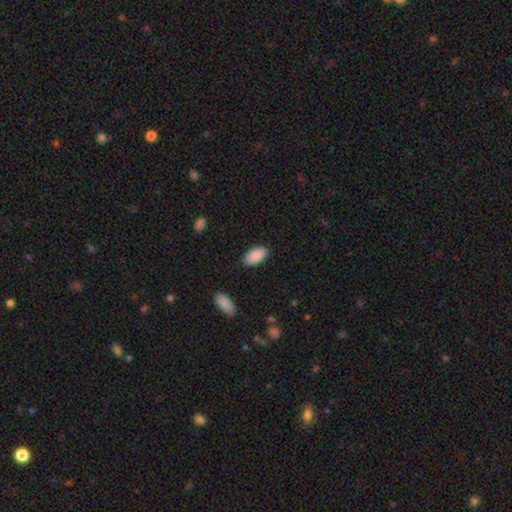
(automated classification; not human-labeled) Overall: smooth (90%). How rounded: in between (95%). Merging: none (86%).